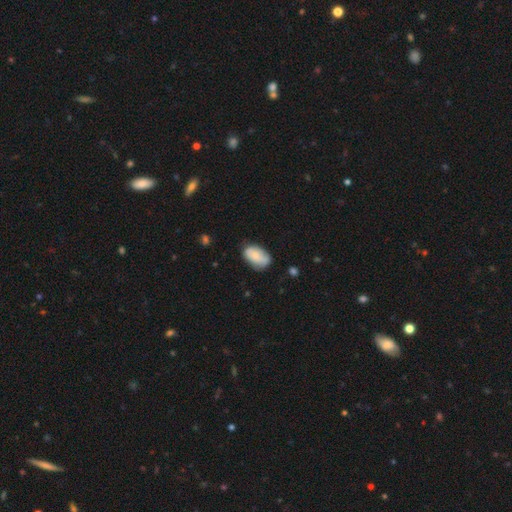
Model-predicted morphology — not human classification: Overall: smooth (70%). How rounded: in between (91%). Merging: none (61%; minor disturbance 30%).